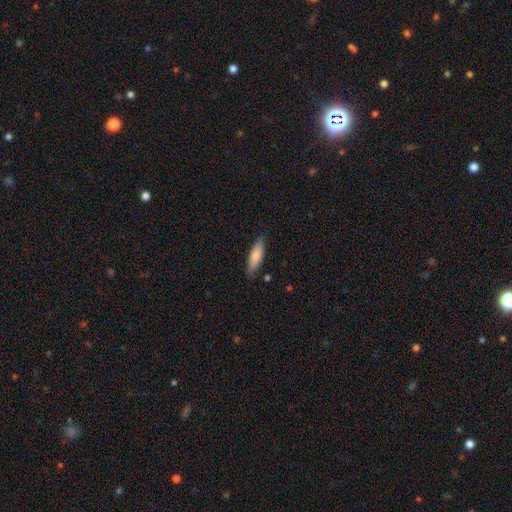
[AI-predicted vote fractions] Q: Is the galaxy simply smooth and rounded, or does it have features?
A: smooth — 80%.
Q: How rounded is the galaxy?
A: cigar-shaped — 50%.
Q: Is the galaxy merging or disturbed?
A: none — 84%.